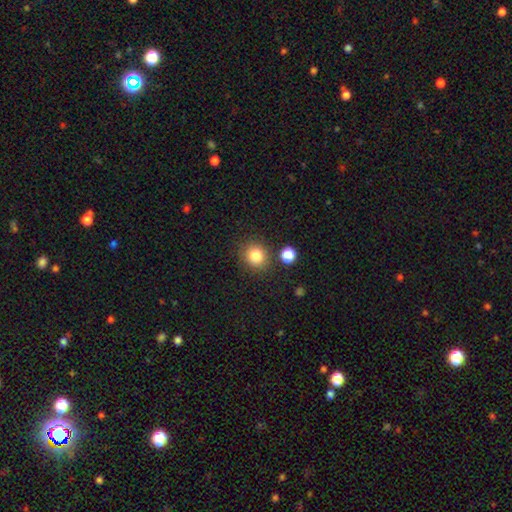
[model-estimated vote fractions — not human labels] Smooth or featured?
  - smooth: 83% *
  - star or artifact: 11%
  - featured or disk: 5%
How rounded?
  - round: 83% *
  - in between: 16%
  - cigar-shaped: 1%
Merging?
  - none: 82% *
  - minor disturbance: 9%
  - merger: 6%
  - major disturbance: 3%